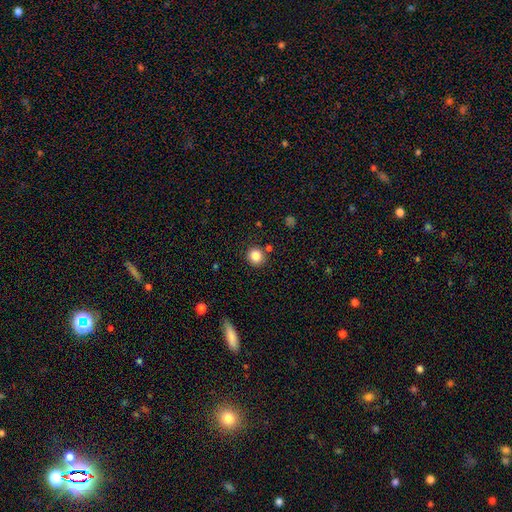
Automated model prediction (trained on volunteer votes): Smooth or featured? Predicted: smooth (p=0.84). How rounded? Predicted: round (p=0.91). Merging? Predicted: none (p=0.86).